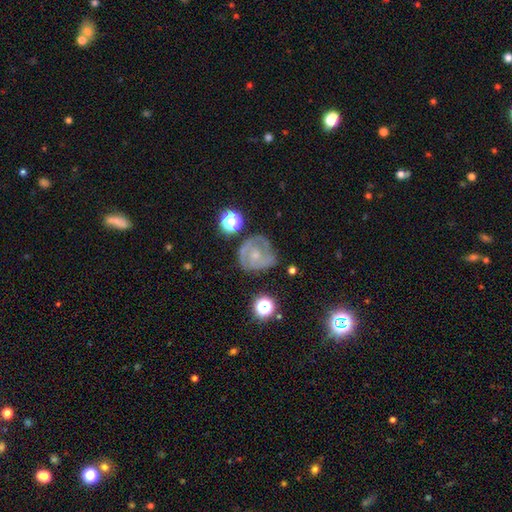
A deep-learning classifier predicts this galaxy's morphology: featured or disk 64%, smooth 26%, star or artifact 10%. Down the decision tree: edge-on disk — no (97%); bar — no (77%); spiral arms — yes (73%); bulge size — small (60%); merging — none (60%).